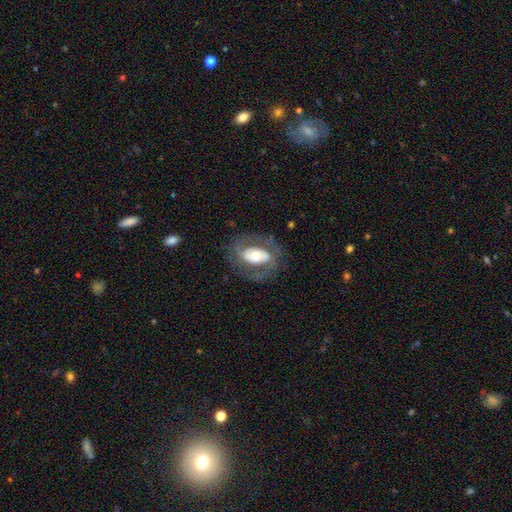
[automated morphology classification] Smooth or featured?
  - featured or disk: 71% *
  - smooth: 23%
  - star or artifact: 6%
Edge-on disk?
  - no: 94% *
  - yes: 6%
Bar?
  - no: 50% *
  - weak: 27%
  - strong: 23%
Spiral arms?
  - yes: 69% *
  - no: 31%
Bulge size?
  - moderate: 64% *
  - large: 18%
  - small: 15%
  - dominant: 2%
  - none: 1%
Merging?
  - none: 73% *
  - minor disturbance: 15%
  - major disturbance: 11%
  - merger: 1%